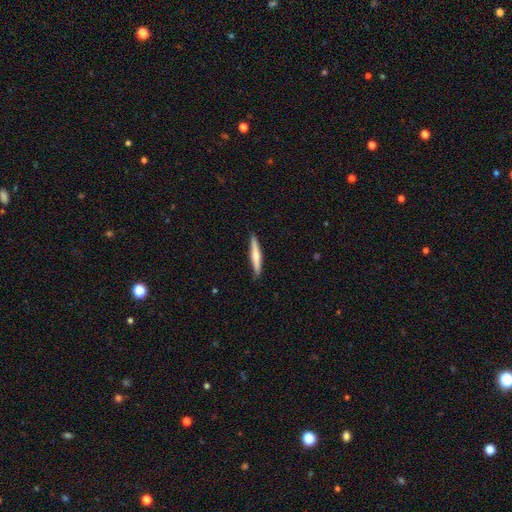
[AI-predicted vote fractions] smooth 54%, featured or disk 41%, star or artifact 5%. Down the decision tree: how rounded — cigar-shaped (93%); merging — none (90%).